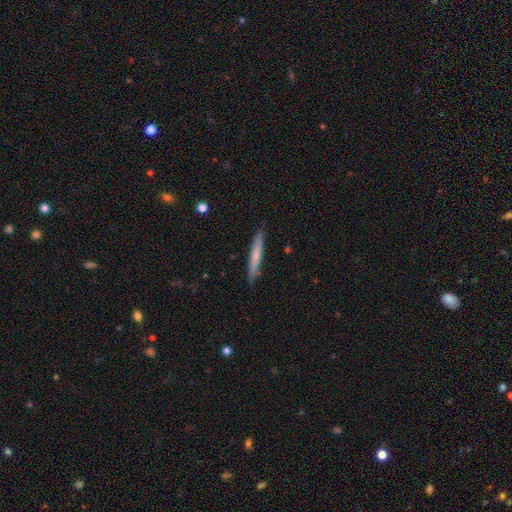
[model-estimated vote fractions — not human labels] This is likely a smooth galaxy (67%). How rounded: clearly cigar-shaped (95%). Merging: clearly none (87%).